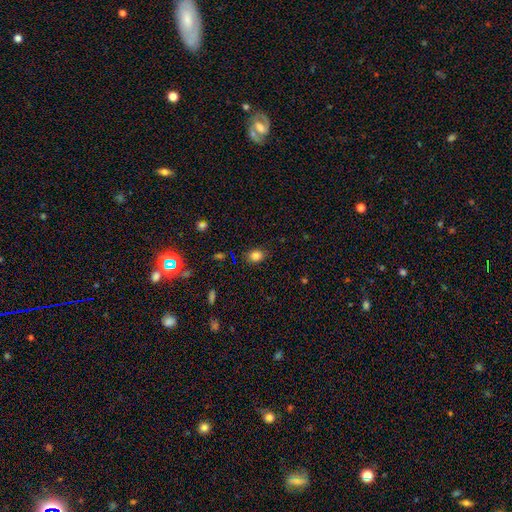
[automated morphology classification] Smooth or featured? smooth (82%)
How rounded? in between (55%)
Merging? none (84%)